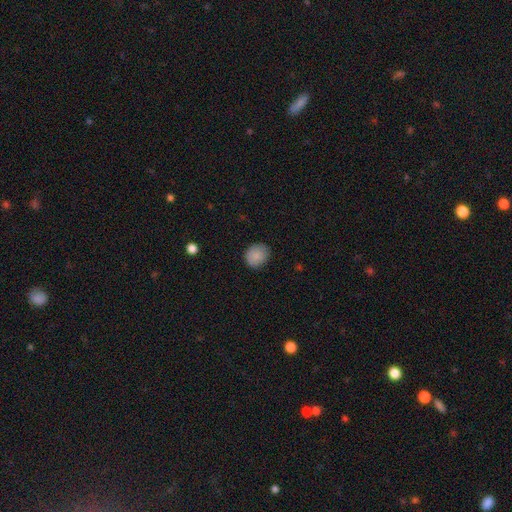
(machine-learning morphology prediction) This appears to be a smooth galaxy with no disk features (87%) that is round (75%). Merging: none (82%).